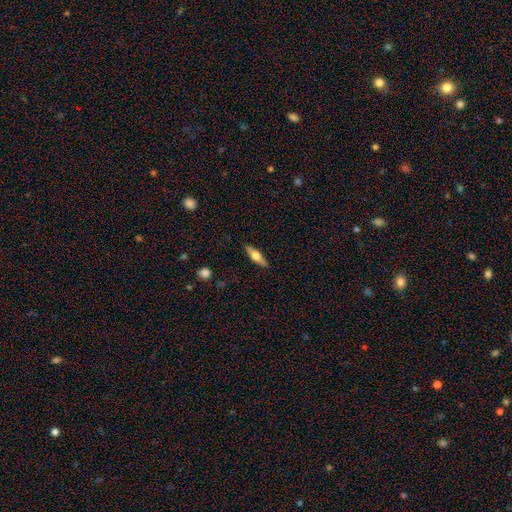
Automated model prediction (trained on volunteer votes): Overall: featured or disk (56%; smooth 38%). Edge-on disk: yes (95%). Edge-on bulge: rounded (93%). Merging: none (89%).